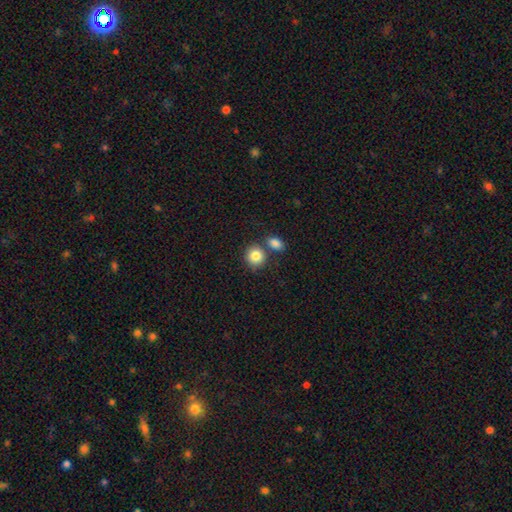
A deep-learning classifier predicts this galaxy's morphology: type=smooth (84%); roundness=round (82%); merging=none (61%).